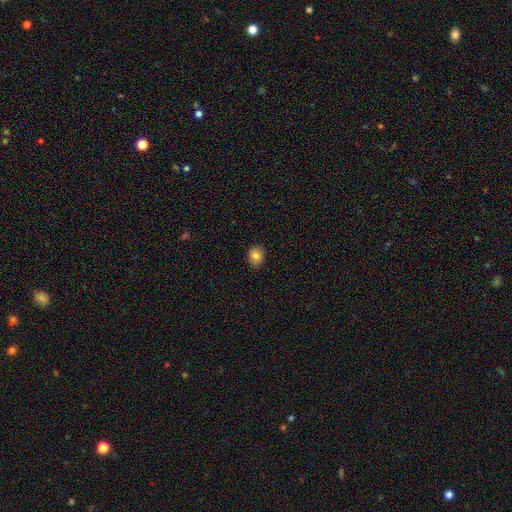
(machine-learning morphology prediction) This is clearly a smooth galaxy (82%). How rounded: possibly round (55%). Merging: clearly none (86%).